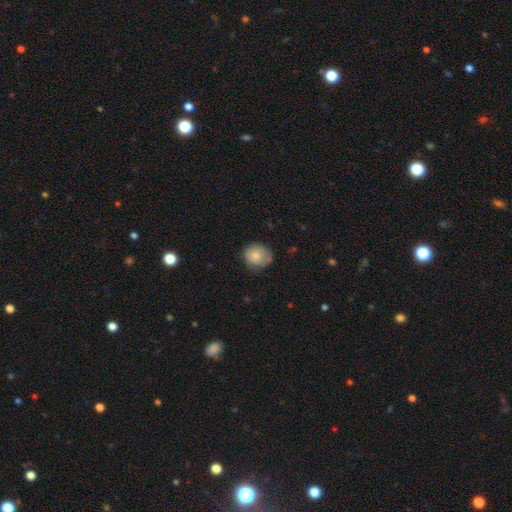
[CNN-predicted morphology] Smooth or featured: smooth — 77% (featured or disk — 15%)
How rounded: round — 77% (in between — 22%)
Merging: none — 68% (minor disturbance — 25%)